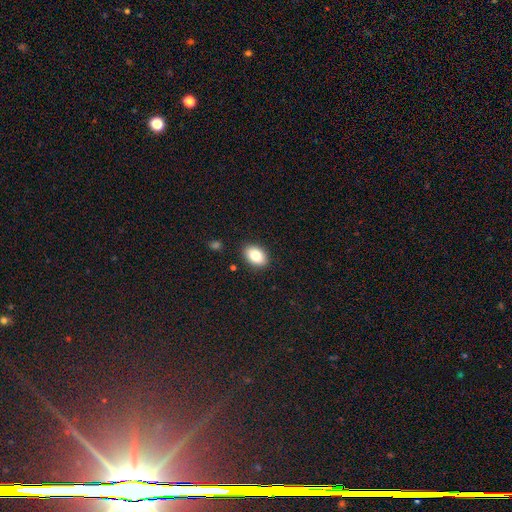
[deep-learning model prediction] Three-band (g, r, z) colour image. It shows a smooth galaxy with no disk features (83%) that is in between round and cigar-shaped (85%). Merging: none (89%).